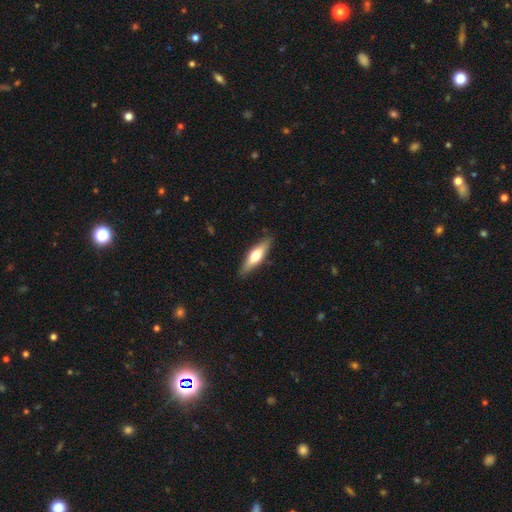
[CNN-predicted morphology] smooth 52%, featured or disk 42%, star or artifact 5%. Down the decision tree: how rounded — cigar-shaped (66%); merging — none (87%).